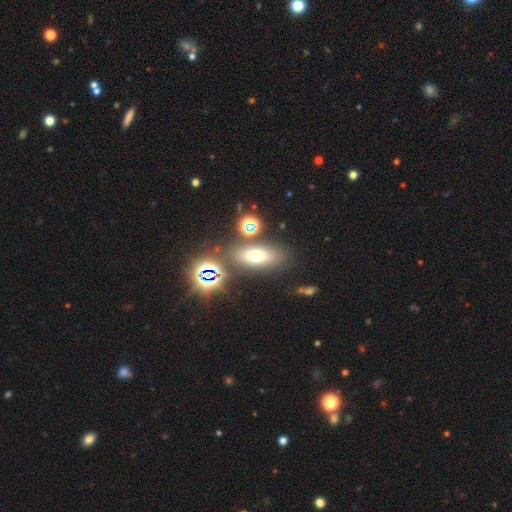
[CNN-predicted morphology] smooth_or_featured: smooth (p=0.57) [alt: star or artifact p=0.25]
how_rounded: in between (p=0.65) [alt: cigar-shaped p=0.20]
merging: none (p=0.78) [alt: minor disturbance p=0.10]